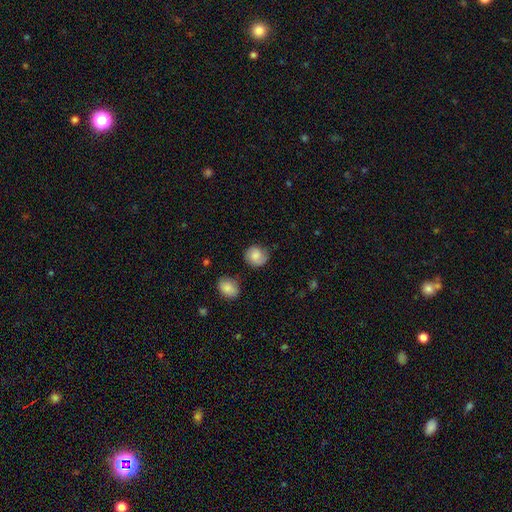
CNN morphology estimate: type=smooth (72%); roundness=round (79%); merging=none (71%).